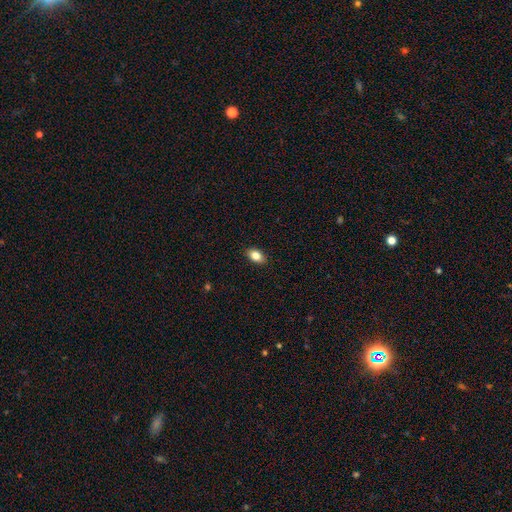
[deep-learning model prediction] smooth 84%, star or artifact 8%, featured or disk 7%. Down the decision tree: how rounded — in between (88%); merging — none (89%).